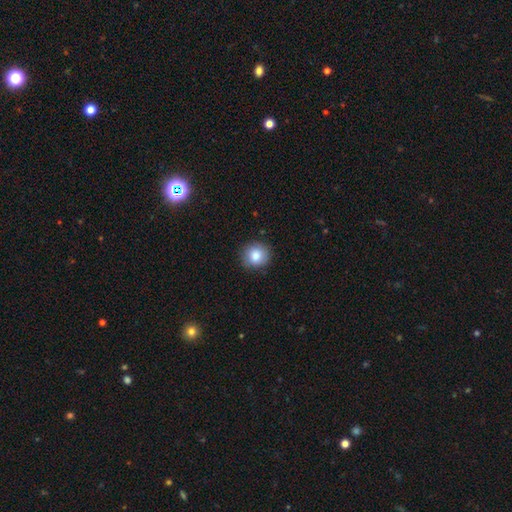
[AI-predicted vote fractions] Overall: smooth (84%). How rounded: round (89%). Merging: none (87%).